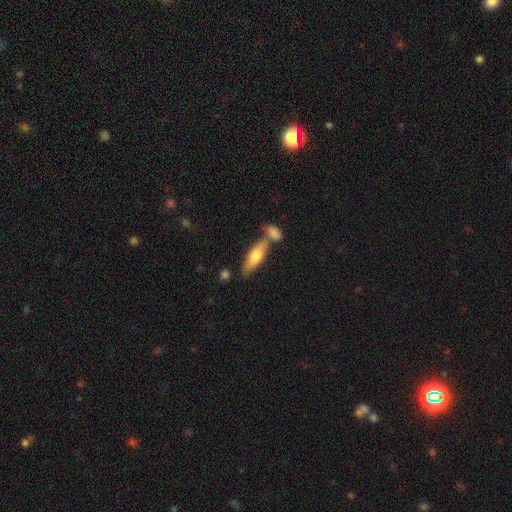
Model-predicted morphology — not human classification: A smooth galaxy with no disk features (65%) that is cigar-shaped (50%). Merging: none (58%).